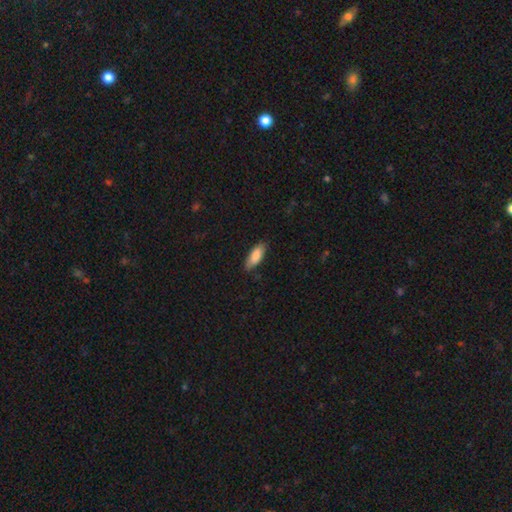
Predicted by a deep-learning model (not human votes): smooth_or_featured: smooth (p=0.85) [alt: featured or disk p=0.09]
how_rounded: in between (p=0.70) [alt: cigar-shaped p=0.28]
merging: none (p=0.79) [alt: minor disturbance p=0.17]